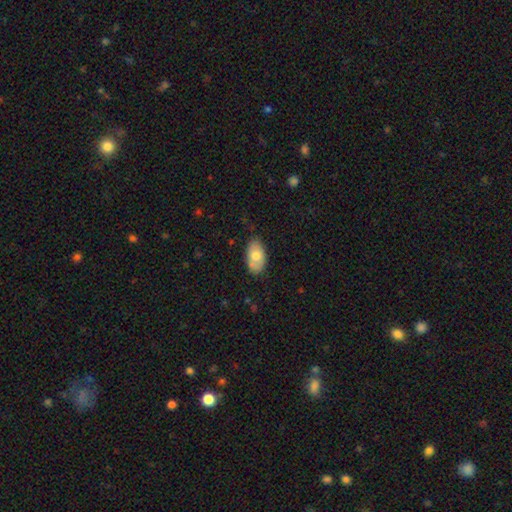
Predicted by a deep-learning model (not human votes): smooth-or-featured: smooth: 71% | featured or disk: 23% | star or artifact: 6%
  how-rounded: in between: 93% | round: 5% | cigar-shaped: 2%
  merging: none: 74% | minor disturbance: 20% | major disturbance: 4% | merger: 3%